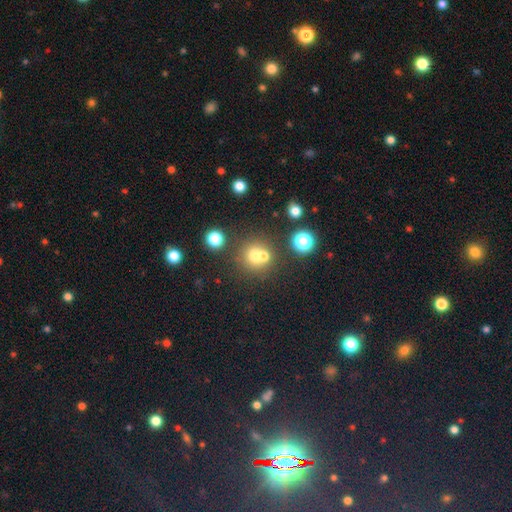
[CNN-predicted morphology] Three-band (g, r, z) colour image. It shows a smooth galaxy with no disk features (68%) that is round (89%). Merging: none (48%).